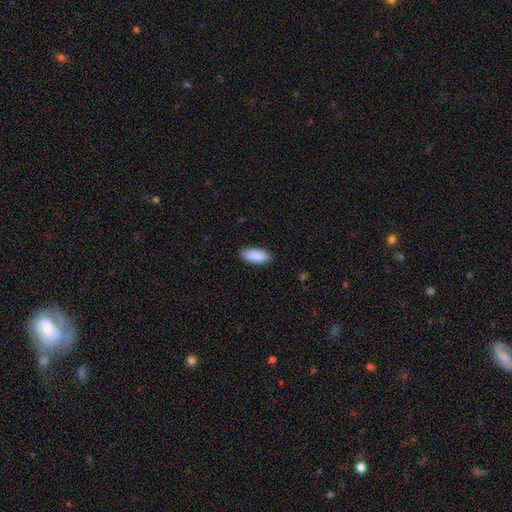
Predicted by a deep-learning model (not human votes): Overall: smooth (91%). How rounded: in between (87%). Merging: none (88%).